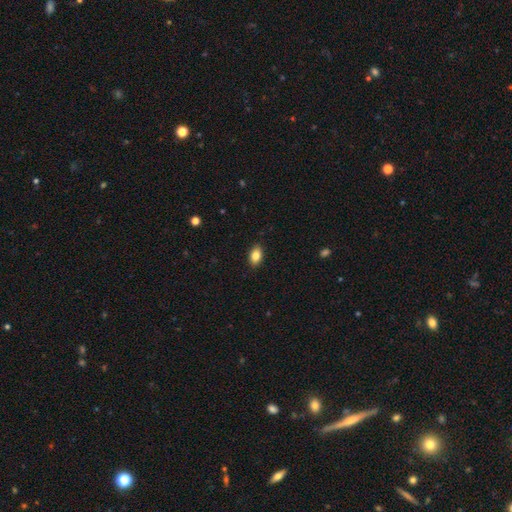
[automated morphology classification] This is clearly a smooth galaxy (84%). How rounded: clearly in between (88%). Merging: clearly none (89%).